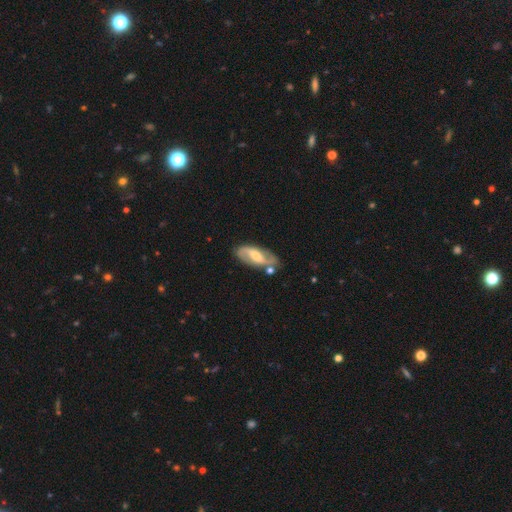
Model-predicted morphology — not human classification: This appears to be a featured or disk galaxy (73%) with a weak bar (42%), 2 (88%) loose (43%) spiral arms (90%) and a moderate central bulge (46%). Merging: none (71%).